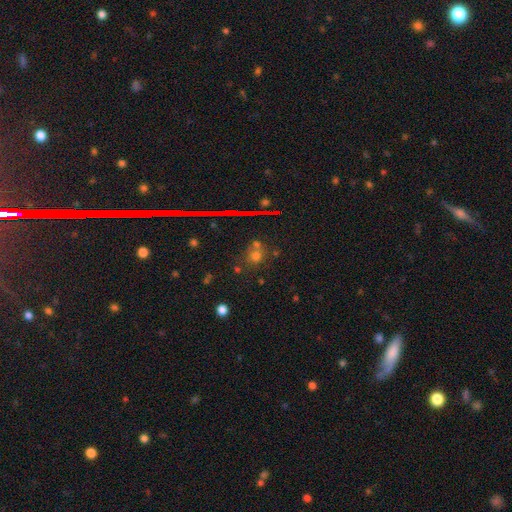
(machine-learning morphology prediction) This is possibly a smooth galaxy (57%). How rounded: likely round (77%). Merging: likely none (61%).